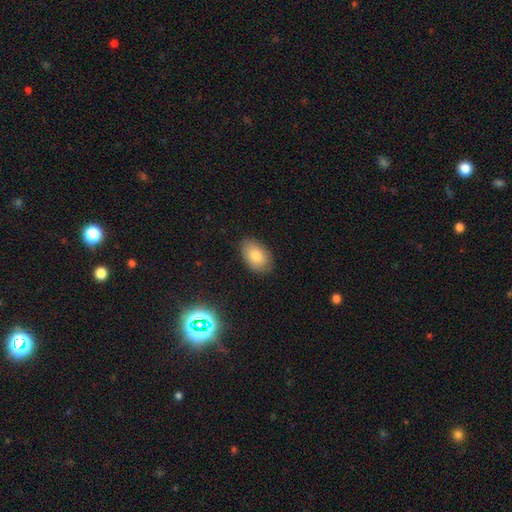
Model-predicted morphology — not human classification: smooth_or_featured: smooth (p=0.81) [alt: featured or disk p=0.10]
how_rounded: in between (p=0.91) [alt: round p=0.08]
merging: none (p=0.85) [alt: minor disturbance p=0.12]